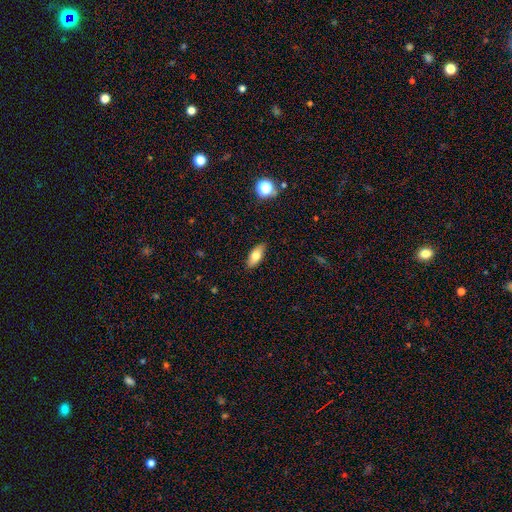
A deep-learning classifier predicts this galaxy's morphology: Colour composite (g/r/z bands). It shows a smooth galaxy with no disk features (74%) that is in between round and cigar-shaped (81%). Merging: none (88%).